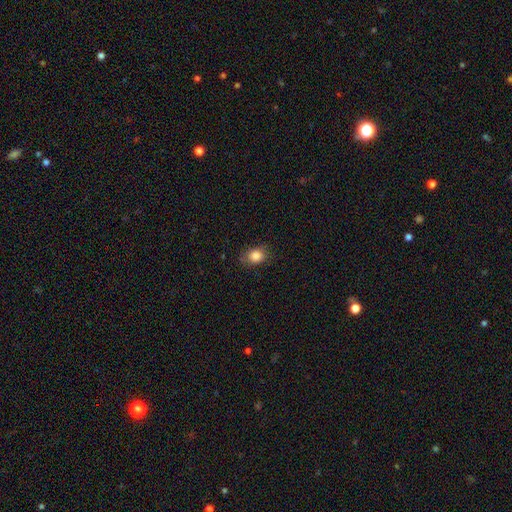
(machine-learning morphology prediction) Q: Smooth or featured?
A: smooth (85%); runner-up: star or artifact (9%)
Q: How rounded?
A: round (52%); runner-up: in between (47%)
Q: Merging?
A: none (77%); runner-up: minor disturbance (18%)